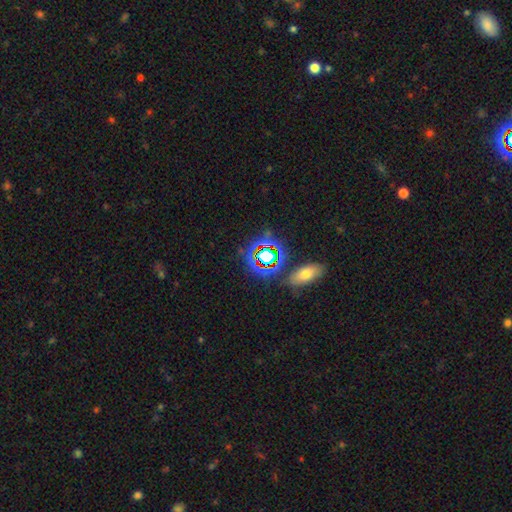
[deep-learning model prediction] The model was most divided on "smooth or featured": star or artifact: 48%, smooth: 29%, featured or disk: 23%.